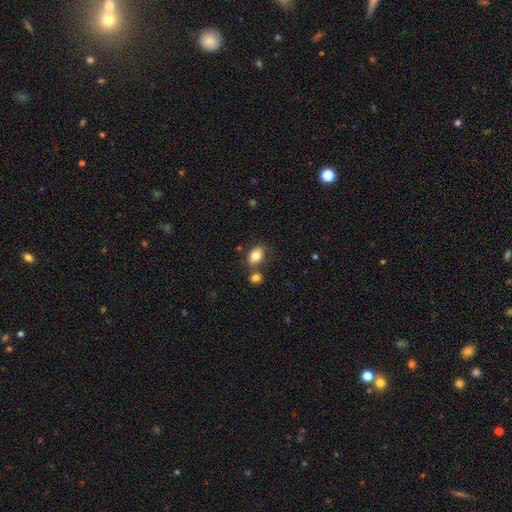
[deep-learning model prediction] Morphology: type=smooth (82%); roundness=in between (84%); merging=none (68%).